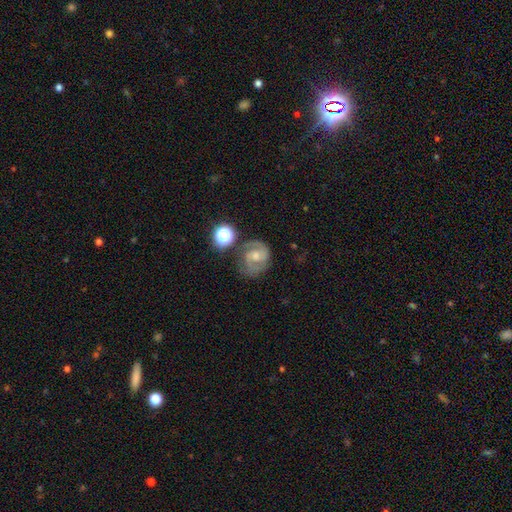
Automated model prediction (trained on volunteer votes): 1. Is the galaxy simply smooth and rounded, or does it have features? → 76% featured or disk, 13% smooth, 11% star or artifact.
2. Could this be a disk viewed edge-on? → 98% no, 2% yes.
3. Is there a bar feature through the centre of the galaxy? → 48% weak, 39% no, 13% strong.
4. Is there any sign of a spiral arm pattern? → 93% yes, 7% no.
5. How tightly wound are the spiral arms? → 46% tight, 44% medium, 10% loose.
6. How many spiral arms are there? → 81% 2, 9% can't tell, 4% 1, 3% 3, 1% 4, 1% more than 4.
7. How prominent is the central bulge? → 48% moderate, 45% small, 3% none, 3% large, 1% dominant.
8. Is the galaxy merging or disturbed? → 74% none, 15% minor disturbance, 6% major disturbance, 5% merger.